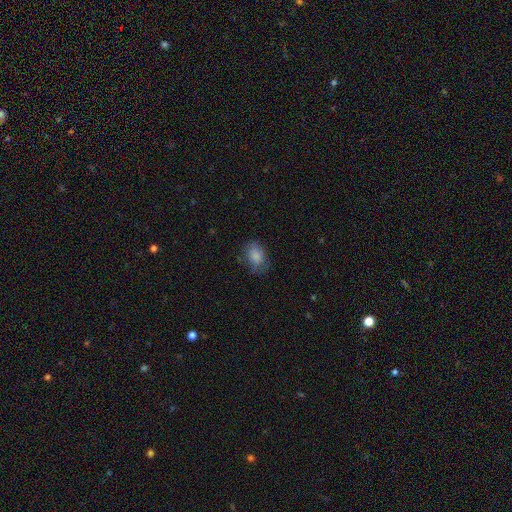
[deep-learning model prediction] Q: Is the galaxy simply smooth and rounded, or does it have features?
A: smooth — 83%.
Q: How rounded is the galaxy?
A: in between — 80%.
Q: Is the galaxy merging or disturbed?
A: none — 71%.